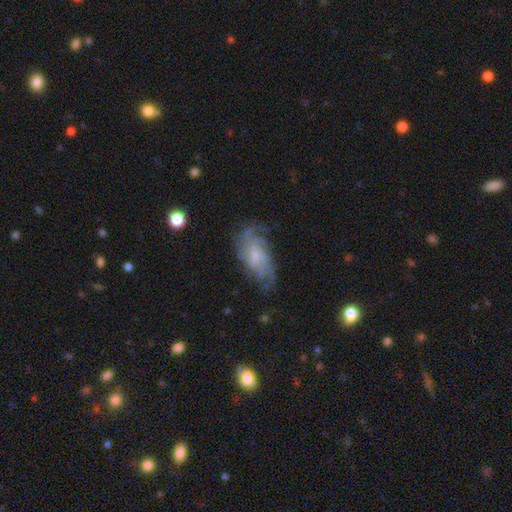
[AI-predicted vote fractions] Q: Smooth or featured?
A: featured or disk (83%); runner-up: smooth (11%)
Q: Edge-on disk?
A: no (95%); runner-up: yes (5%)
Q: Bar?
A: no (72%); runner-up: weak (24%)
Q: Spiral arms?
A: yes (95%); runner-up: no (5%)
Q: Spiral winding?
A: medium (41%); tied with: tight (41%)
Q: Spiral arm count?
A: can't tell (31%); runner-up: 4 (20%)
Q: Bulge size?
A: small (78%); runner-up: moderate (17%)
Q: Merging?
A: none (66%); runner-up: minor disturbance (21%)